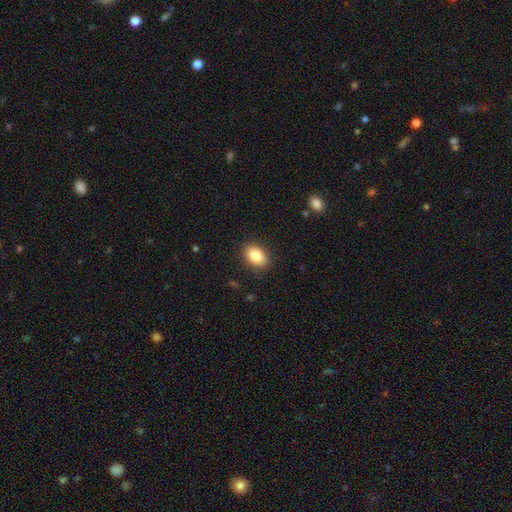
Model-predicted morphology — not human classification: The model was most divided on "how rounded": in between: 81%, round: 17%, cigar-shaped: 1%. More confident: merging — none (87%); smooth or featured — smooth (85%).